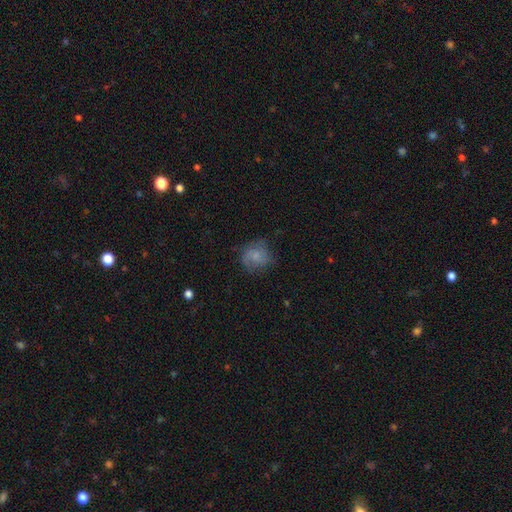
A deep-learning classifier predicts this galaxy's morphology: smooth 59%, featured or disk 31%, star or artifact 10%. Down the decision tree: how rounded — round (78%); merging — none (61%).